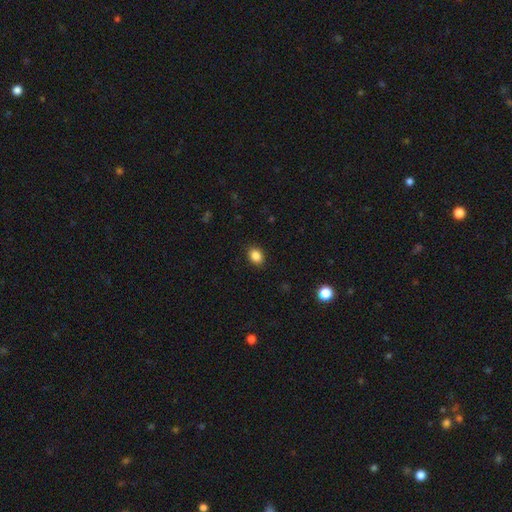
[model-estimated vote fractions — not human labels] Overall: smooth (87%). How rounded: in between (59%; round 40%). Merging: none (89%).